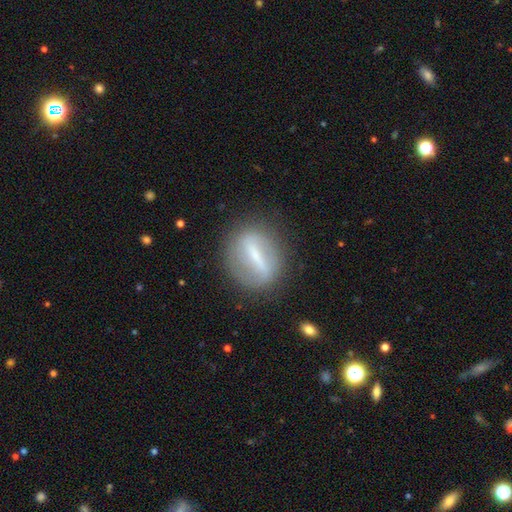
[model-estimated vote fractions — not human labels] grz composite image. It shows a featured or disk galaxy (63%). Merging: none (79%).